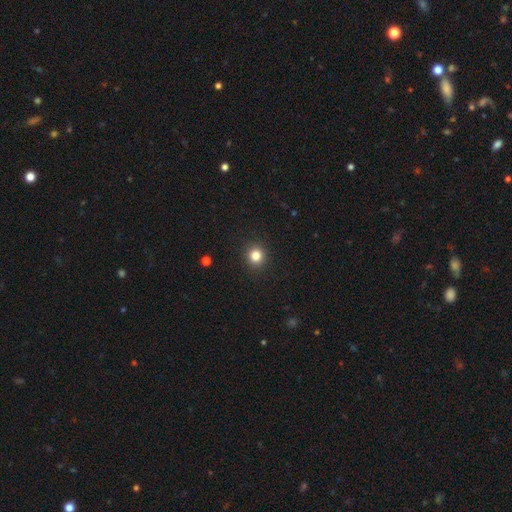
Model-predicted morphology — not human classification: This appears to be a smooth galaxy with no disk features (82%) that is round (91%). Merging: none (91%).